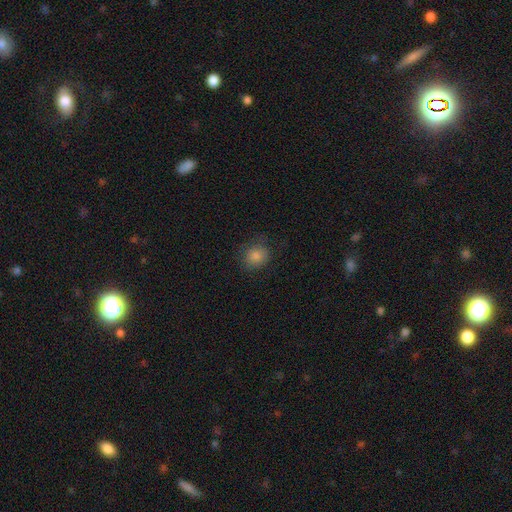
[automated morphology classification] Smooth or featured?
  - smooth: 80% *
  - star or artifact: 13%
  - featured or disk: 7%
How rounded?
  - round: 78% *
  - in between: 21%
  - cigar-shaped: 1%
Merging?
  - none: 79% *
  - minor disturbance: 15%
  - major disturbance: 5%
  - merger: 1%